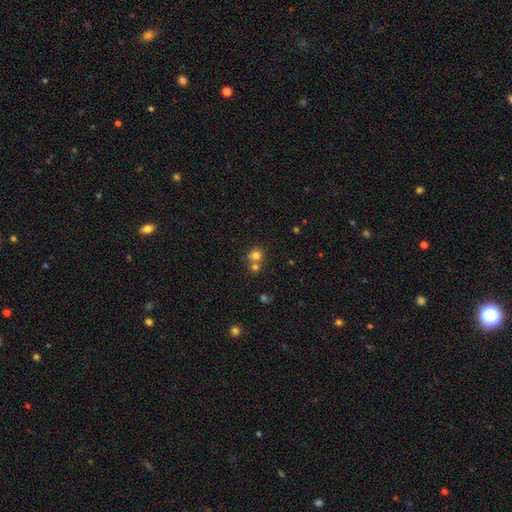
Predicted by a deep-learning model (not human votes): A smooth galaxy with no disk features (75%) that is round (86%). Merging: none (46%).